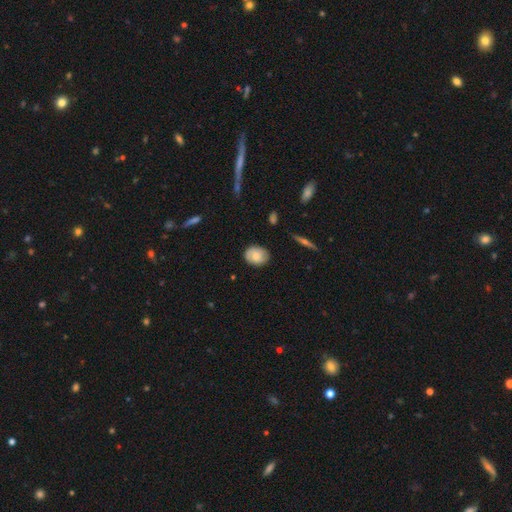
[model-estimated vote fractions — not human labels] Smooth or featured: smooth — 72% (featured or disk — 21%)
How rounded: in between — 59% (round — 40%)
Merging: none — 83% (minor disturbance — 14%)